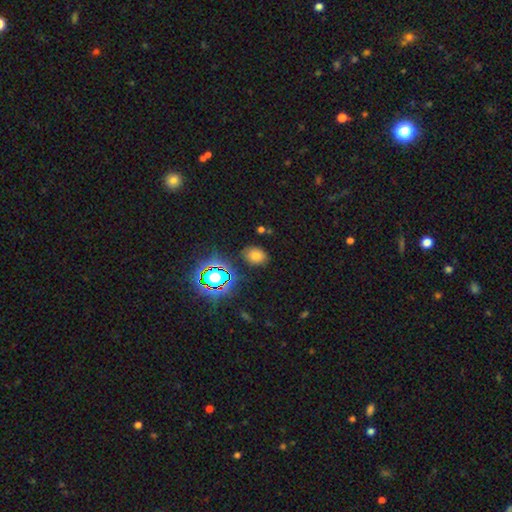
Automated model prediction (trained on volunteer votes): Smooth or featured? smooth (67%)
How rounded? in between (68%)
Merging? none (81%)